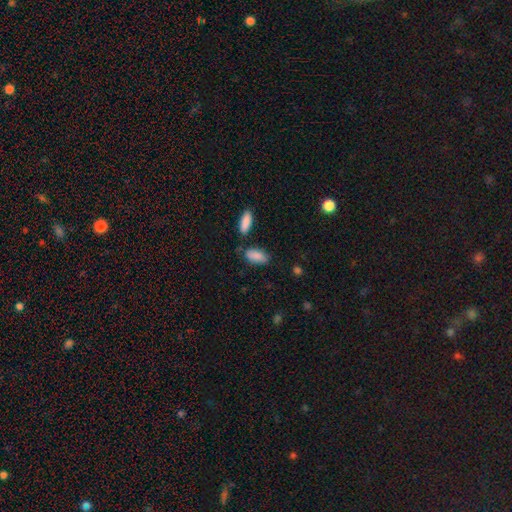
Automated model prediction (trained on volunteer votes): Smooth or featured: smooth — 87% (star or artifact — 7%)
How rounded: in between — 89% (cigar-shaped — 9%)
Merging: none — 68% (minor disturbance — 18%)